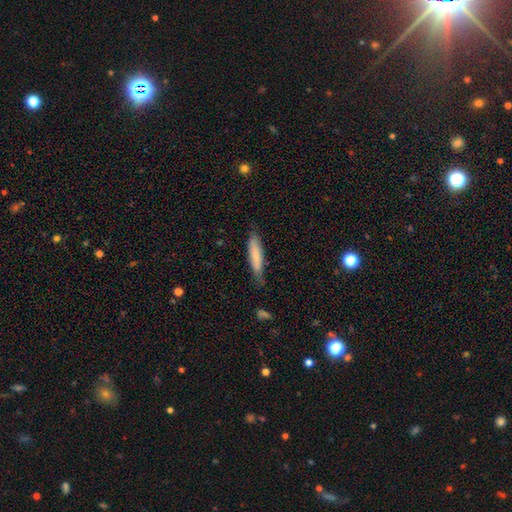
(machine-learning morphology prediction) type=smooth (75%); roundness=cigar-shaped (83%); merging=none (76%).